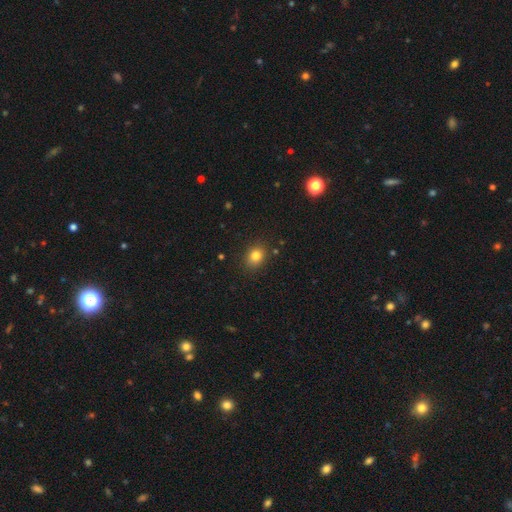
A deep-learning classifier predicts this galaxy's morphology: A smooth galaxy with no disk features (82%) that is round (56%). Merging: none (84%).